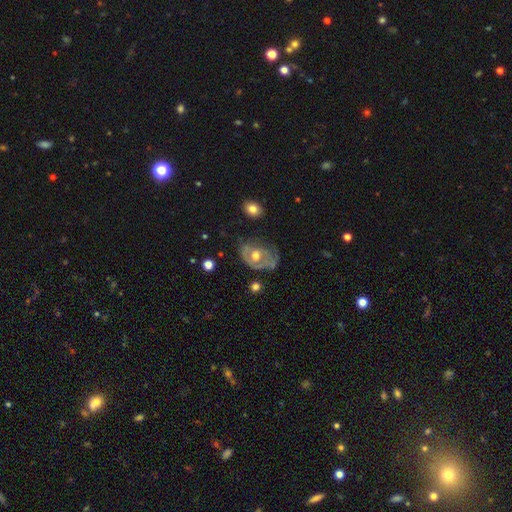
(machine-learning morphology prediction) Smooth or featured? Predicted: featured or disk (p=0.68). Edge-on disk? Predicted: no (p=0.96). Bar? Predicted: no (p=0.72). Spiral arms? Predicted: yes (p=0.59). Bulge size? Predicted: moderate (p=0.68). Merging? Predicted: none (p=0.41).